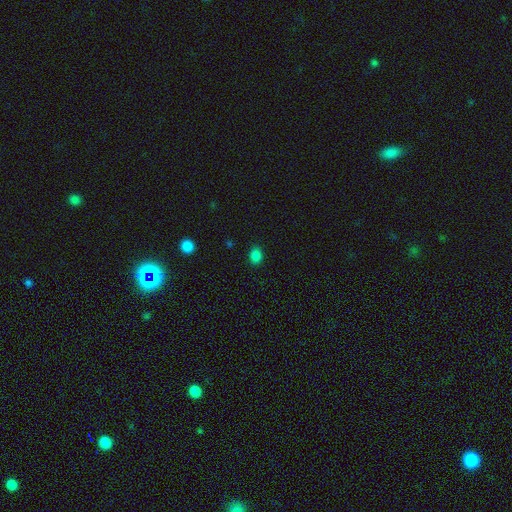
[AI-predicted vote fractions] smooth-or-featured: smooth: 84% | star or artifact: 13% | featured or disk: 3%
  how-rounded: in between: 57% | round: 42% | cigar-shaped: 1%
  merging: none: 88% | minor disturbance: 9% | major disturbance: 2% | merger: 1%